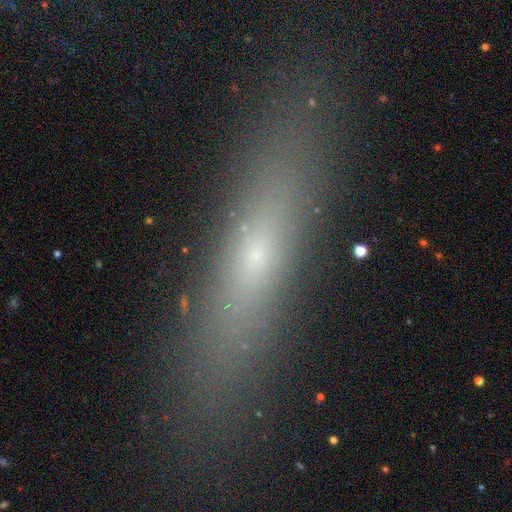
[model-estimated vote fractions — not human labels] Q: Smooth or featured?
A: featured or disk (43%); runner-up: smooth (42%)
Q: Merging?
A: none (86%); runner-up: minor disturbance (9%)